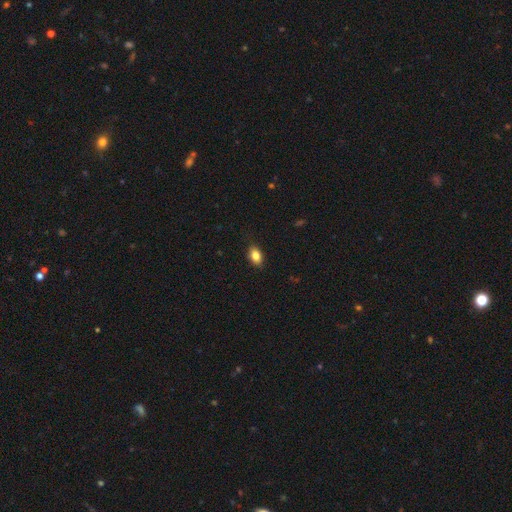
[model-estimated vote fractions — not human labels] Q: Smooth or featured?
A: smooth (83%); runner-up: star or artifact (9%)
Q: How rounded?
A: in between (83%); runner-up: round (15%)
Q: Merging?
A: none (85%); runner-up: minor disturbance (12%)